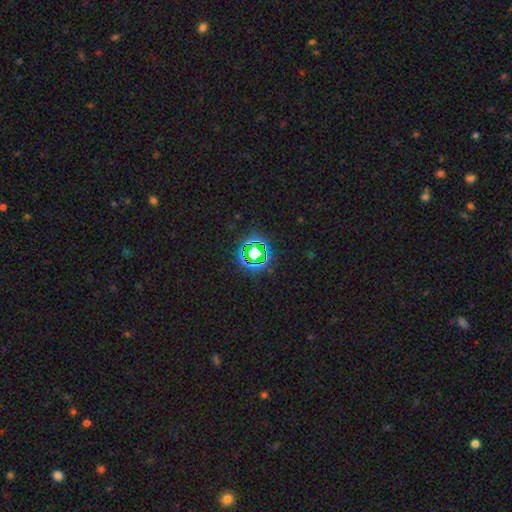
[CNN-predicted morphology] smooth_or_featured: star or artifact (p=0.73) [alt: smooth p=0.17]